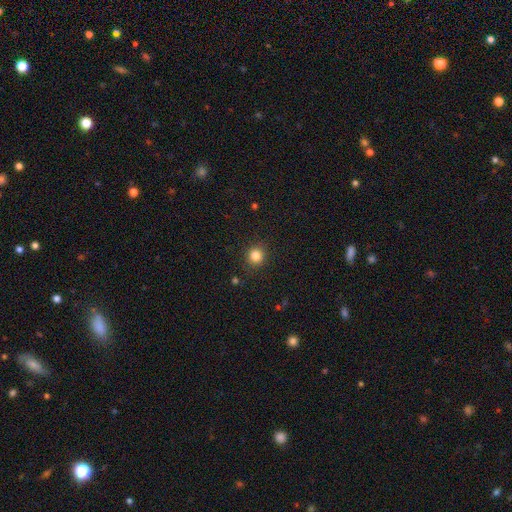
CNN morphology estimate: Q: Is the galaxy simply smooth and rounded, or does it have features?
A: smooth — 83%.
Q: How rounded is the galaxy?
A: round — 90%.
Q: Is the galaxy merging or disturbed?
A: none — 90%.